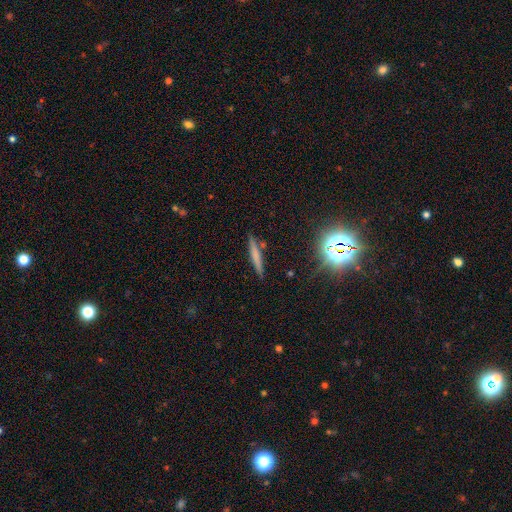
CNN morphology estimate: smooth_or_featured: smooth (p=0.61) [alt: featured or disk p=0.28]
how_rounded: cigar-shaped (p=0.92) [alt: in between p=0.06]
merging: none (p=0.84) [alt: minor disturbance p=0.10]